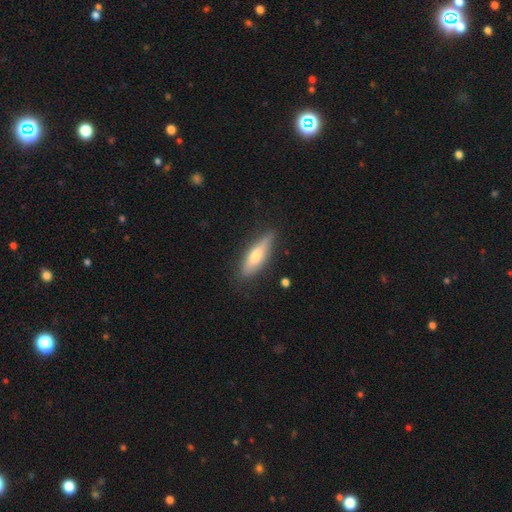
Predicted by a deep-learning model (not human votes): Smooth or featured?
  - smooth: 55% *
  - featured or disk: 39%
  - star or artifact: 6%
How rounded?
  - cigar-shaped: 62% *
  - in between: 36%
  - round: 2%
Merging?
  - none: 81% *
  - minor disturbance: 15%
  - major disturbance: 3%
  - merger: 1%